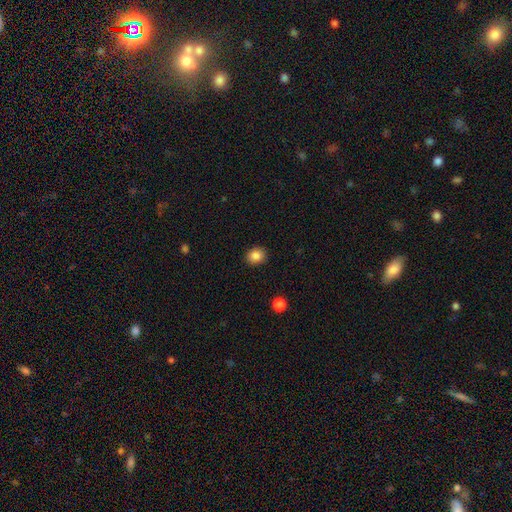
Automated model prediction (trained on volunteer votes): Q: Smooth or featured?
A: smooth (85%); runner-up: star or artifact (10%)
Q: How rounded?
A: round (66%); runner-up: in between (33%)
Q: Merging?
A: none (90%); runner-up: minor disturbance (7%)